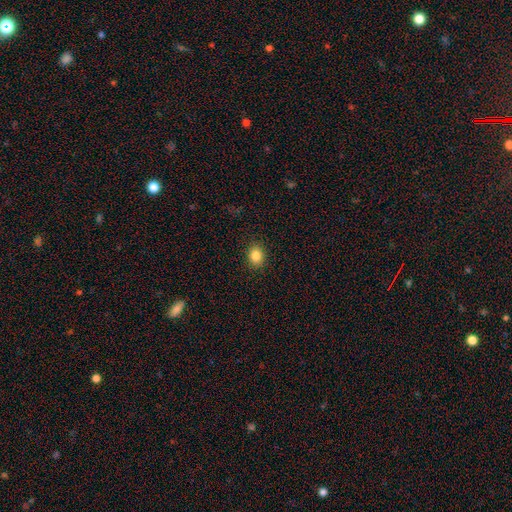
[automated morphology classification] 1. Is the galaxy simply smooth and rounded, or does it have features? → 85% smooth, 10% star or artifact, 5% featured or disk.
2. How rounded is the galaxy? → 53% round, 46% in between, 1% cigar-shaped.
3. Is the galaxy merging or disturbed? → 90% none, 7% minor disturbance, 2% major disturbance, 1% merger.